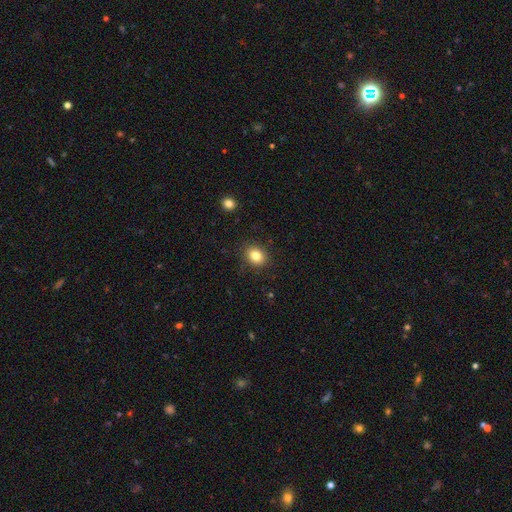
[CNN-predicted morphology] smooth_or_featured: smooth (p=0.83) [alt: star or artifact p=0.10]
how_rounded: round (p=0.52) [alt: in between p=0.47]
merging: none (p=0.87) [alt: minor disturbance p=0.09]